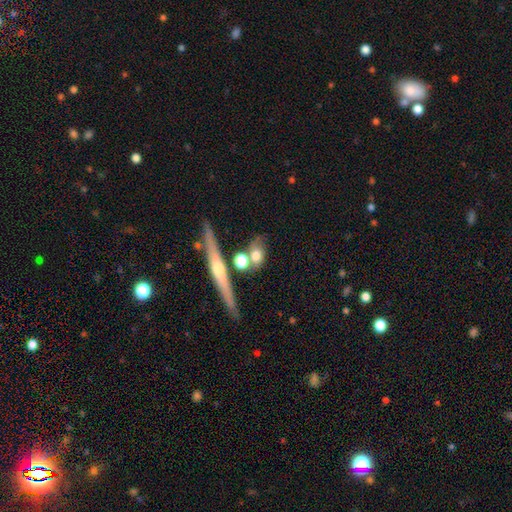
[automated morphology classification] smooth_or_featured: smooth (p=0.61) [alt: featured or disk p=0.31]
how_rounded: round (p=0.42) [alt: in between p=0.39]
merging: none (p=0.59) [alt: merger p=0.23]